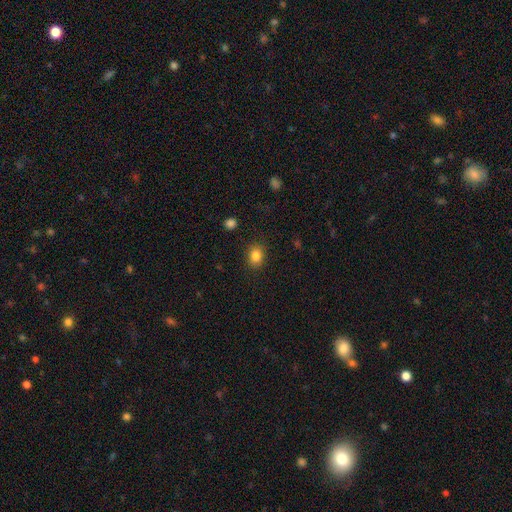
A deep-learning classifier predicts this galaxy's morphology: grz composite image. It shows a smooth galaxy with no disk features (84%) that is in between round and cigar-shaped (52%). Merging: none (87%).